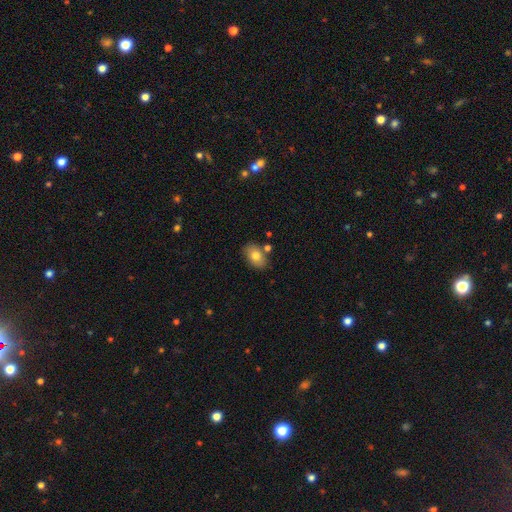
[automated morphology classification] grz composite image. It shows a smooth galaxy with no disk features (78%) that is in between round and cigar-shaped (82%). Merging: none (76%).